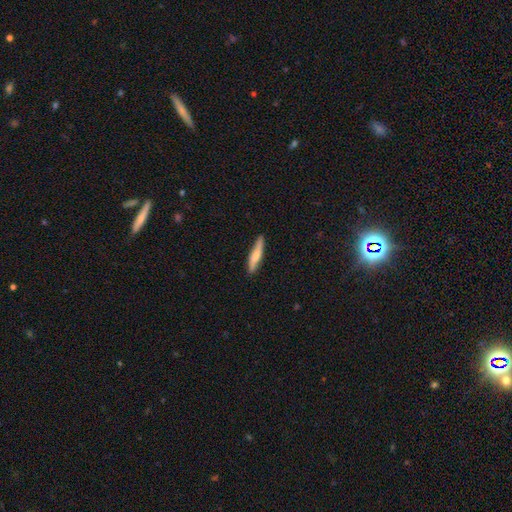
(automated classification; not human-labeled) smooth_or_featured: smooth (p=0.62) [alt: featured or disk p=0.33]
how_rounded: cigar-shaped (p=0.88) [alt: in between p=0.10]
merging: none (p=0.85) [alt: minor disturbance p=0.11]